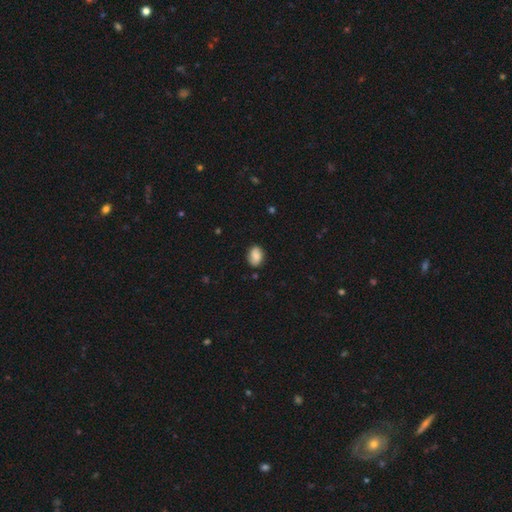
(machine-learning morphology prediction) Smooth or featured?
  - smooth: 84% *
  - featured or disk: 9%
  - star or artifact: 8%
How rounded?
  - in between: 77% *
  - round: 22%
  - cigar-shaped: 1%
Merging?
  - none: 83% *
  - minor disturbance: 13%
  - major disturbance: 3%
  - merger: 1%